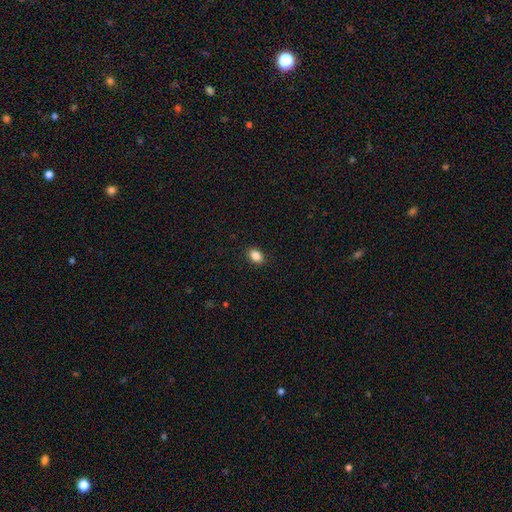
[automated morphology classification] A smooth galaxy with no disk features (86%) that is in between round and cigar-shaped (78%). Merging: none (89%).